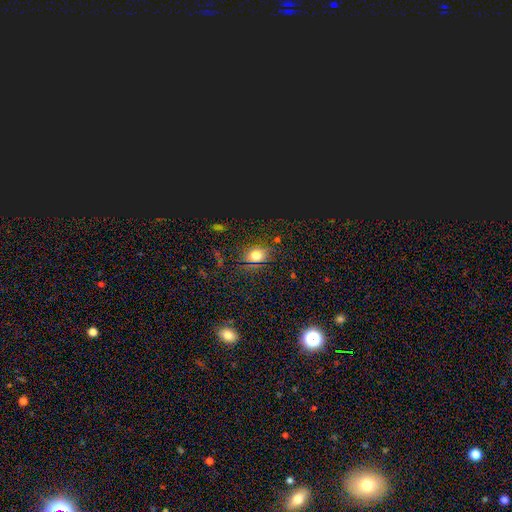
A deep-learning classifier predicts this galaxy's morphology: This is likely a smooth galaxy (63%). How rounded: likely round (62%). Merging: clearly none (82%).